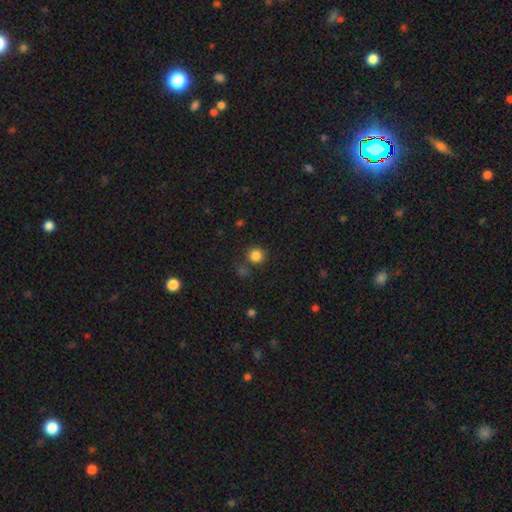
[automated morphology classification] Smooth or featured? smooth (84%)
How rounded? round (91%)
Merging? none (80%)